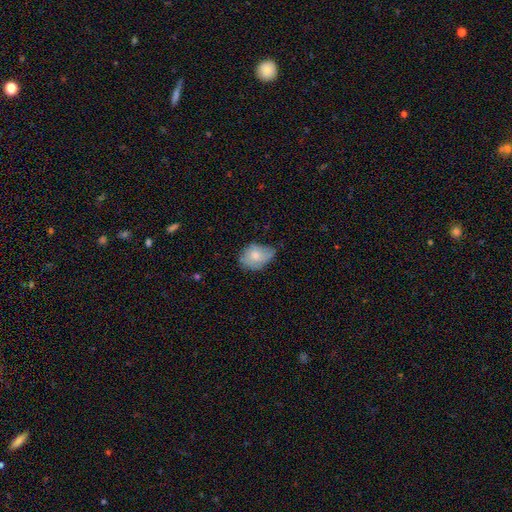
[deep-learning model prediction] Smooth or featured: smooth — 70% (featured or disk — 22%)
How rounded: in between — 74% (round — 25%)
Merging: none — 43% (minor disturbance — 42%)